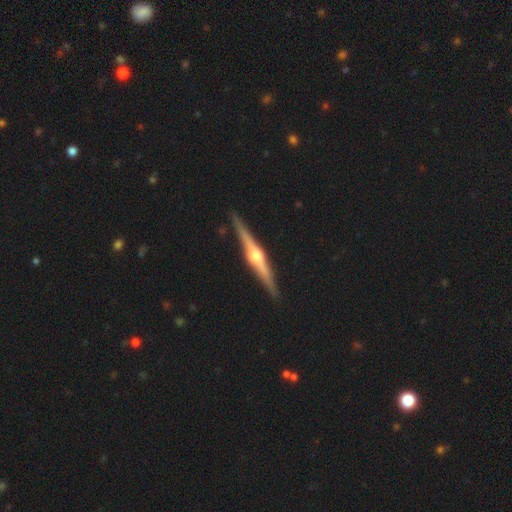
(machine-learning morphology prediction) This appears to be a featured or disk galaxy (83%) viewed edge-on (98%) with a rounded central bulge (90%). Merging: none (91%).